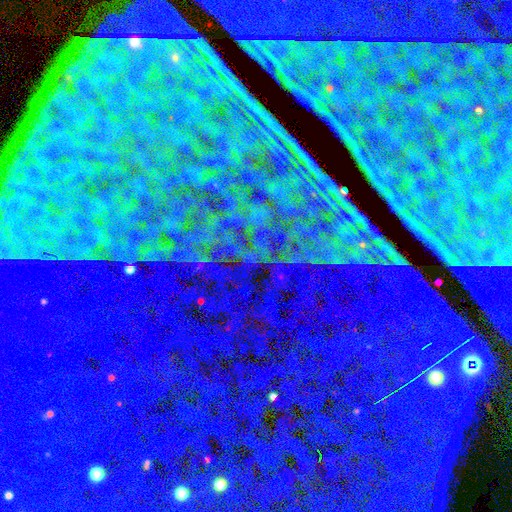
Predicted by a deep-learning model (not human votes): Morphology: type=star or artifact (86%).